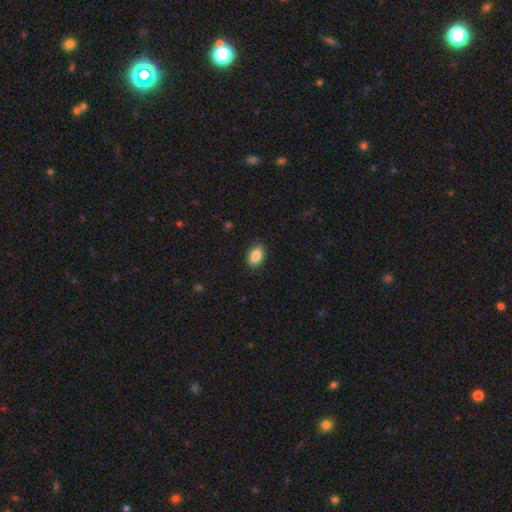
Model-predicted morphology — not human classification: type=smooth (88%); roundness=in between (89%); merging=none (88%).